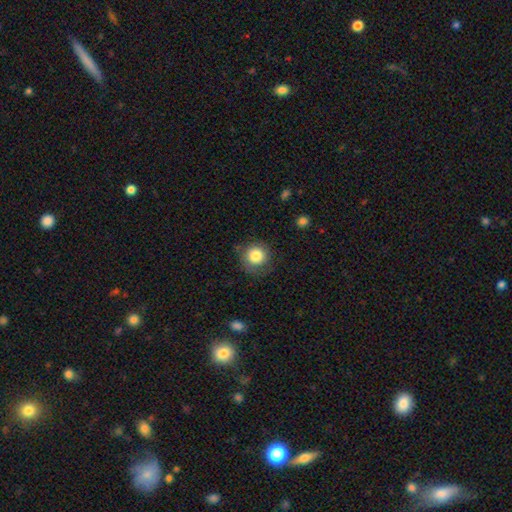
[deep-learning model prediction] Q: Smooth or featured?
A: smooth (84%); runner-up: star or artifact (9%)
Q: How rounded?
A: round (92%); runner-up: in between (7%)
Q: Merging?
A: none (76%); runner-up: minor disturbance (16%)